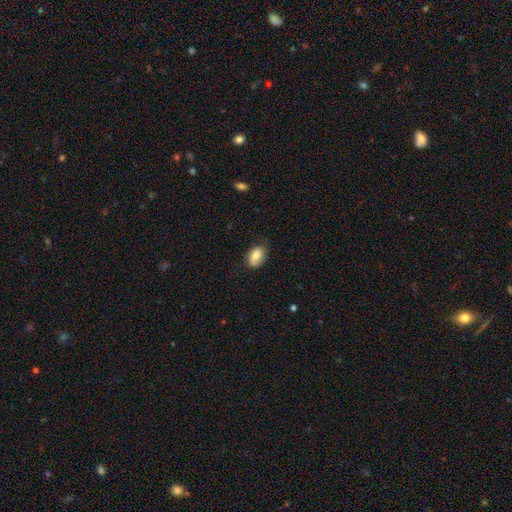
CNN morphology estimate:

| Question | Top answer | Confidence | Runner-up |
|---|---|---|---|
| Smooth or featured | smooth | 81% | featured or disk (12%) |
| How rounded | in between | 88% | round (11%) |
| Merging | none | 63% | minor disturbance (28%) |